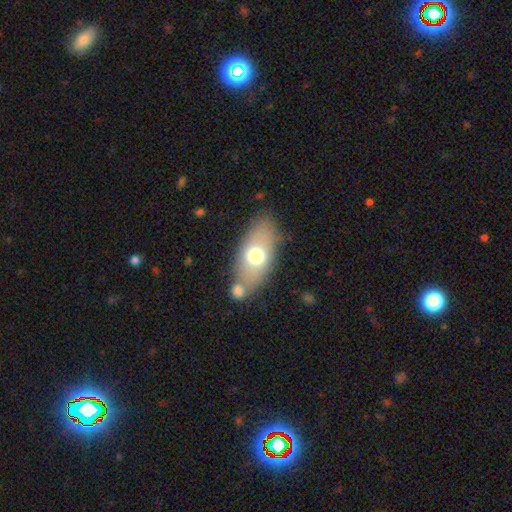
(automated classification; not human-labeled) Smooth or featured? smooth (62%)
How rounded? in between (86%)
Merging? none (70%)